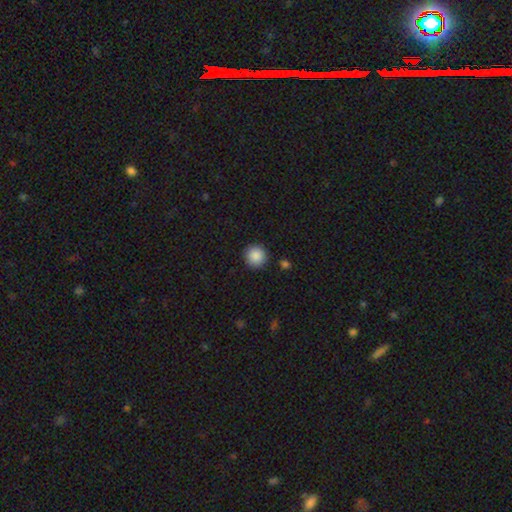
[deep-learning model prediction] A smooth galaxy with no disk features (88%) that is round (95%). Merging: none (91%).